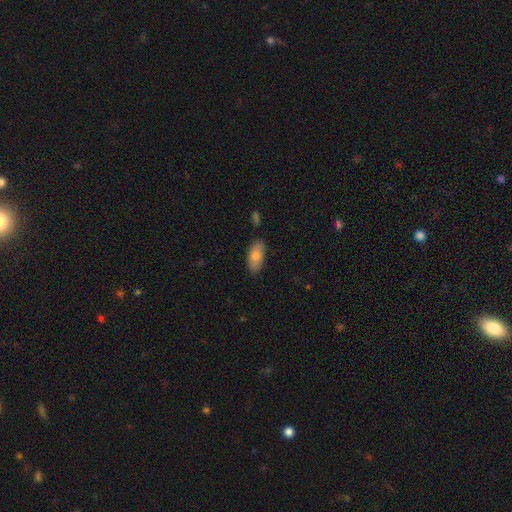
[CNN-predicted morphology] Smooth or featured? Predicted: smooth (p=0.76). How rounded? Predicted: in between (p=0.90). Merging? Predicted: none (p=0.80).